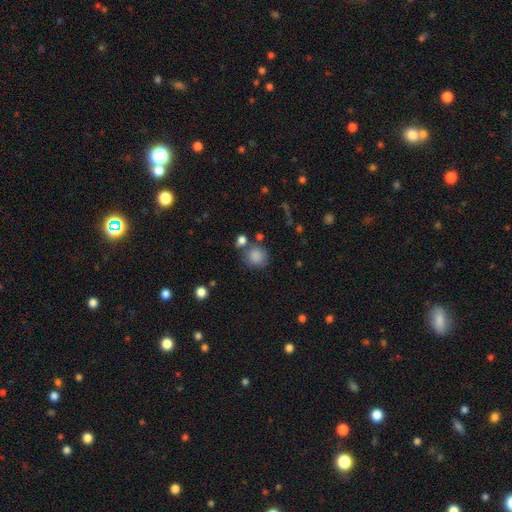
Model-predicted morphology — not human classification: The model was most divided on "merging": none: 69%, minor disturbance: 14%, merger: 11%, major disturbance: 5%. More confident: how rounded — round (87%); smooth or featured — smooth (85%).